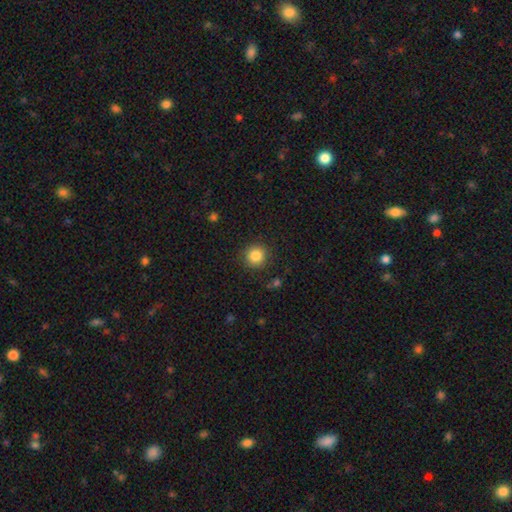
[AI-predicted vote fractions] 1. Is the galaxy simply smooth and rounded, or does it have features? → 85% smooth, 10% star or artifact, 5% featured or disk.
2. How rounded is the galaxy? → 93% round, 6% in between, 1% cigar-shaped.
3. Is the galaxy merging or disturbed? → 89% none, 7% minor disturbance, 3% major disturbance, 1% merger.